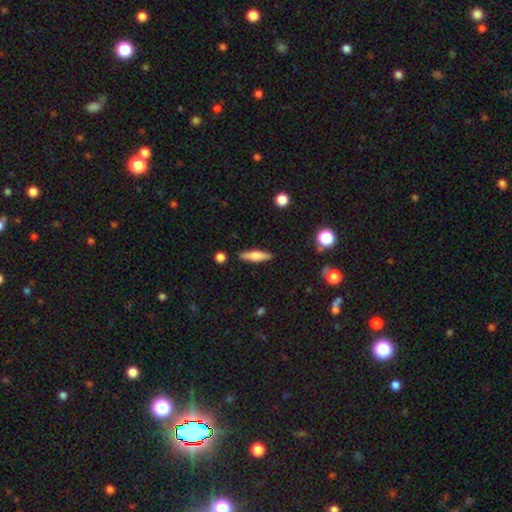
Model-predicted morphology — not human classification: The model was most divided on "smooth or featured": smooth: 61%, featured or disk: 33%, star or artifact: 7%. More confident: merging — none (88%); how rounded — cigar-shaped (75%).